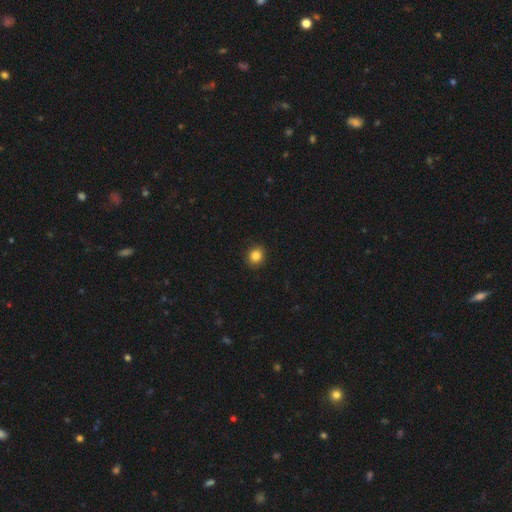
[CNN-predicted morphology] Smooth or featured?
  - smooth: 85% *
  - star or artifact: 10%
  - featured or disk: 5%
How rounded?
  - round: 74% *
  - in between: 25%
  - cigar-shaped: 1%
Merging?
  - none: 90% *
  - minor disturbance: 7%
  - major disturbance: 2%
  - merger: 1%